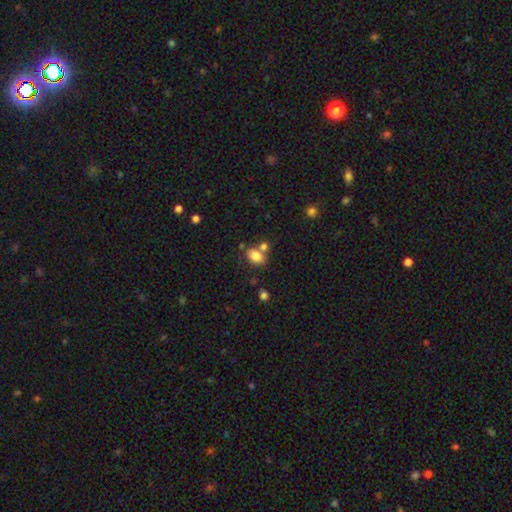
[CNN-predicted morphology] This is clearly a smooth galaxy (81%). How rounded: likely in between (77%). Merging: possibly none (56%).